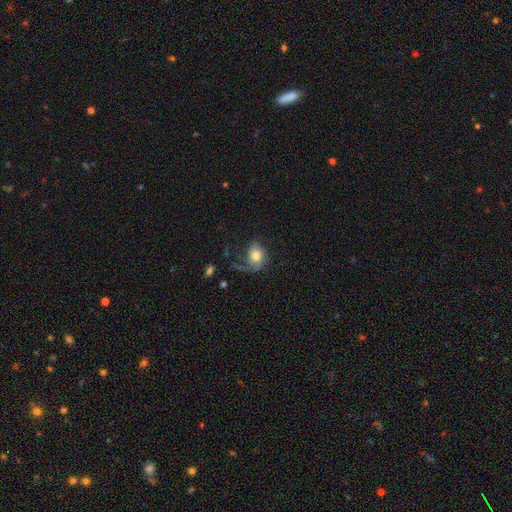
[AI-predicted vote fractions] smooth_or_featured: smooth (p=0.53) [alt: featured or disk p=0.38]
how_rounded: round (p=0.52) [alt: in between p=0.47]
merging: none (p=0.40) [alt: major disturbance p=0.35]